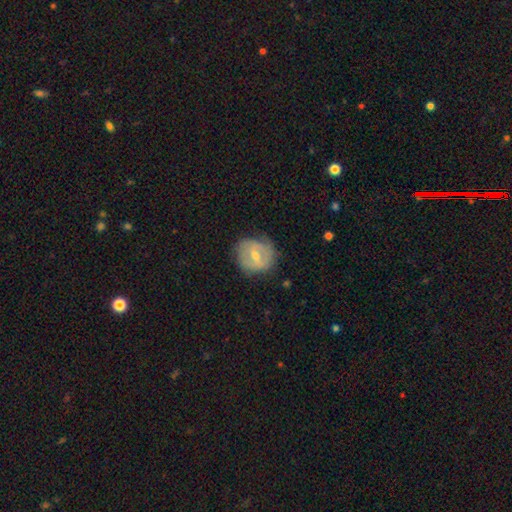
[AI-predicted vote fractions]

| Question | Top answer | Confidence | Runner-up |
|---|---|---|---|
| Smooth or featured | featured or disk | 54% | smooth (39%) |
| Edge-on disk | no | 95% | yes (5%) |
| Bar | weak | 51% | strong (30%) |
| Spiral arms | no | 52% | yes (48%) |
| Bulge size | moderate | 55% | small (40%) |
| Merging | none | 68% | minor disturbance (23%) |